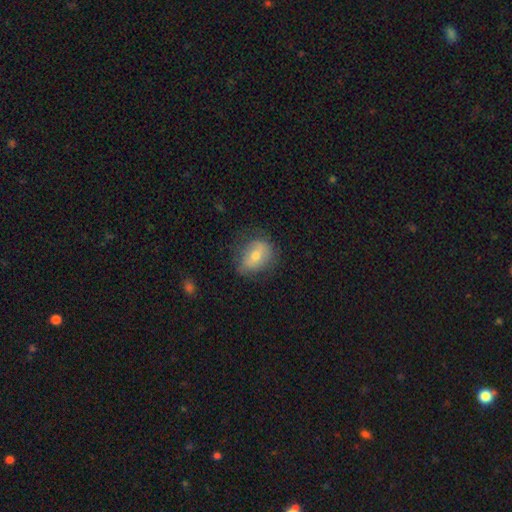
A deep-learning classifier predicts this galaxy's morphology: smooth_or_featured: smooth (p=0.64) [alt: featured or disk p=0.28]
how_rounded: in between (p=0.66) [alt: round p=0.32]
merging: none (p=0.67) [alt: minor disturbance p=0.23]